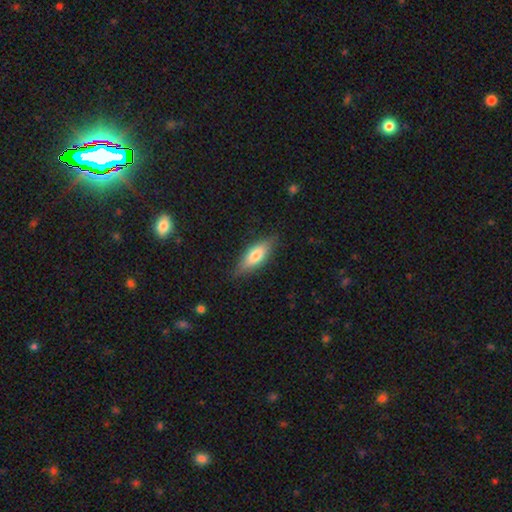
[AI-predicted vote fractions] This is likely a smooth galaxy (68%). How rounded: likely in between (63%). Merging: likely none (79%).